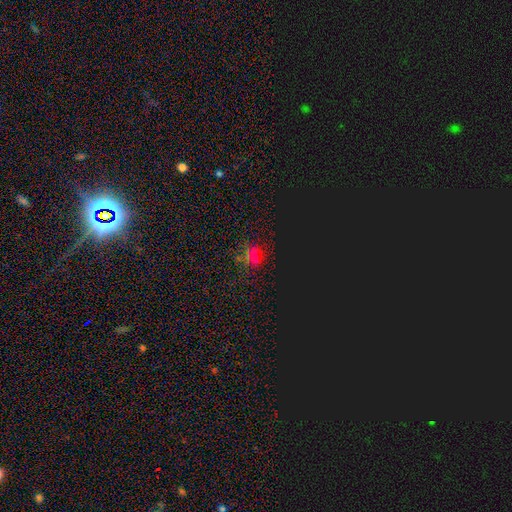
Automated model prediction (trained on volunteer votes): Q: Smooth or featured?
A: star or artifact (60%); runner-up: smooth (31%)